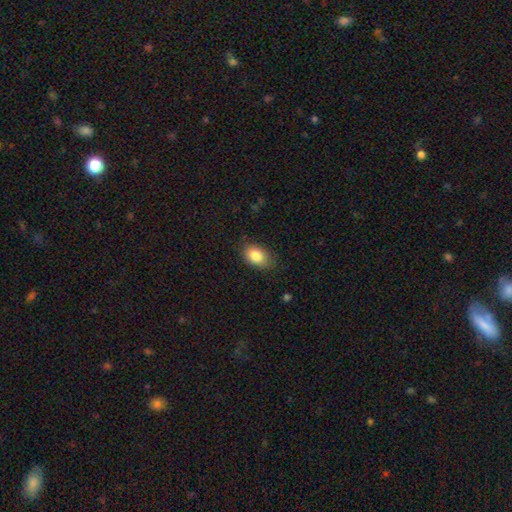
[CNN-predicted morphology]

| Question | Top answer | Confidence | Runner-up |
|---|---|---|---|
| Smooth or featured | smooth | 84% | featured or disk (8%) |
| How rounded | in between | 84% | round (15%) |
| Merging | none | 79% | minor disturbance (16%) |